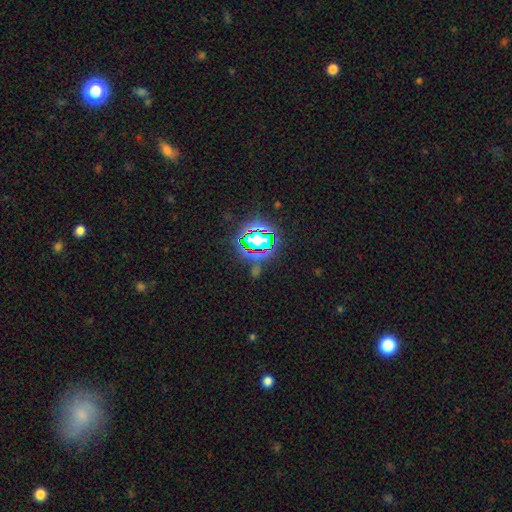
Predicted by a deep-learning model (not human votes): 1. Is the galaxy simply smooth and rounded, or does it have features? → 79% star or artifact, 13% smooth, 8% featured or disk.